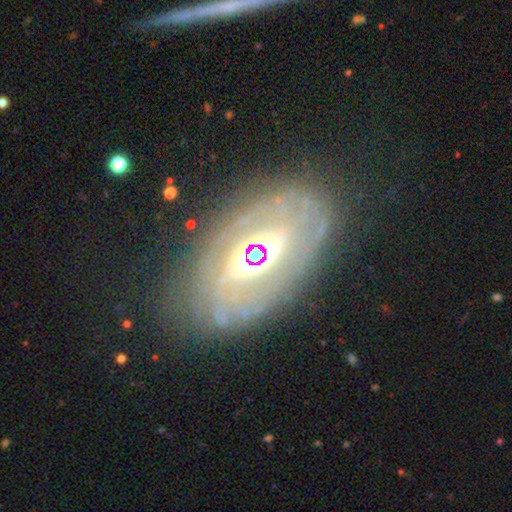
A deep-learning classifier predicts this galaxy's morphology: This appears to be a featured or disk galaxy (75%) with no bar (53%), spiral arms (54%) and a moderate central bulge (58%). Merging: none (73%).